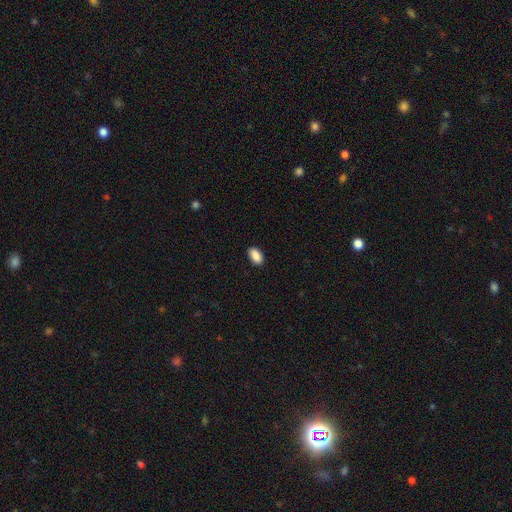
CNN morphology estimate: Overall: smooth (89%). How rounded: in between (93%). Merging: none (89%).